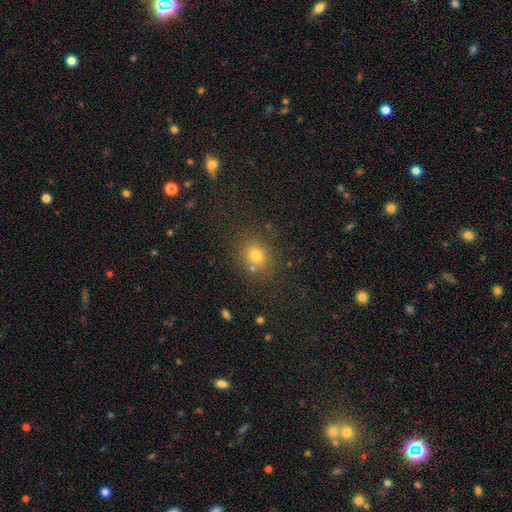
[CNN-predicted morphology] This is likely a smooth galaxy (73%). How rounded: likely round (68%). Merging: likely none (75%).